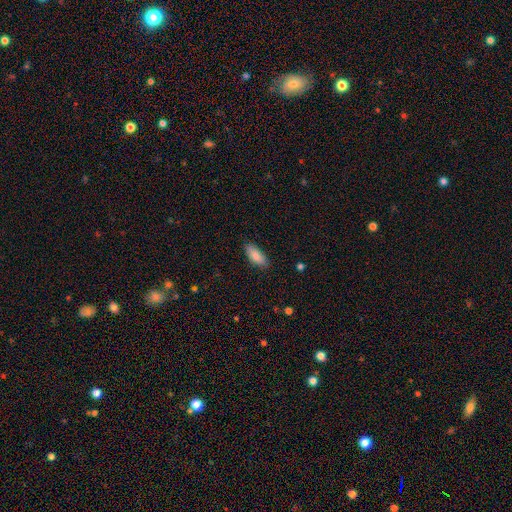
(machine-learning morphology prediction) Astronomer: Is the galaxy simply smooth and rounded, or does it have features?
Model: smooth — 85%.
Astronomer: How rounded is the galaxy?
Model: in between — 80%.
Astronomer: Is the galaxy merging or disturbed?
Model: none — 85%.